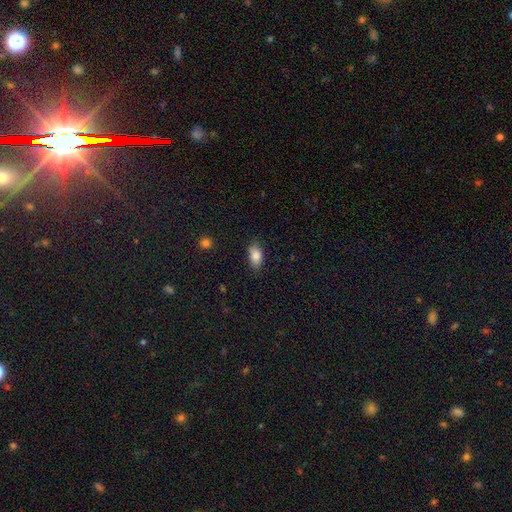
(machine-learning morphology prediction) smooth_or_featured: smooth (p=0.83) [alt: featured or disk p=0.09]
how_rounded: in between (p=0.90) [alt: round p=0.06]
merging: none (p=0.82) [alt: minor disturbance p=0.14]